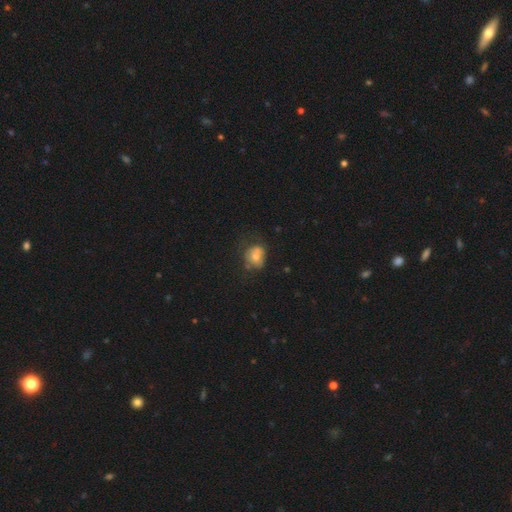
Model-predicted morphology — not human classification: type=smooth (66%); roundness=round (58%); merging=none (49%).